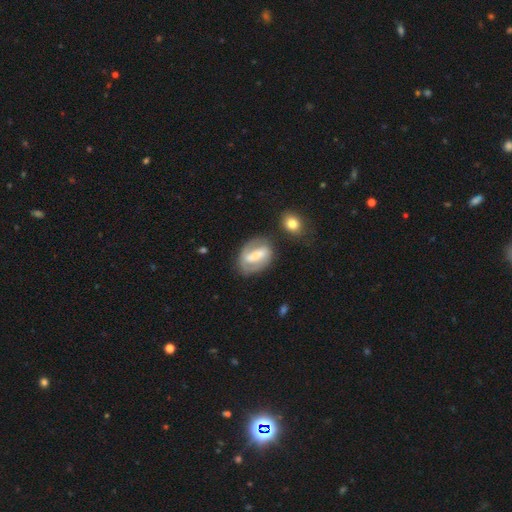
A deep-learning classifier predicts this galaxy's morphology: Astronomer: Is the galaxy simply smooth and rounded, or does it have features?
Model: featured or disk — 69%.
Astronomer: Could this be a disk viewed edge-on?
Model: no — 94%.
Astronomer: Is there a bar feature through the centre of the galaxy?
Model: strong — 62%.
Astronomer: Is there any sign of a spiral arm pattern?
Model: yes — 73%.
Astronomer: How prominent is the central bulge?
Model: small — 46% (runner-up: moderate, 41%).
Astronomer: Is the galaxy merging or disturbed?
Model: none — 72%.